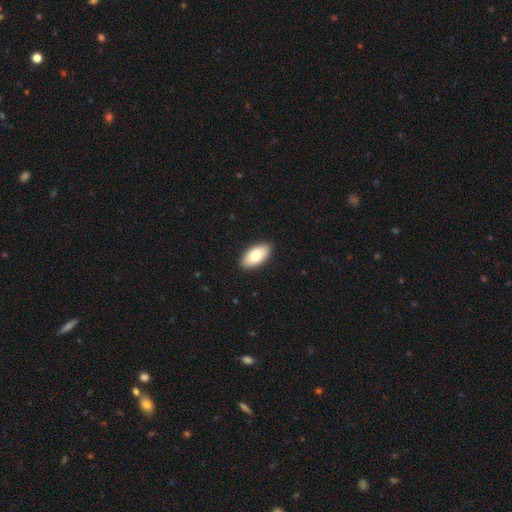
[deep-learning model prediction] Q: Smooth or featured?
A: smooth (78%); runner-up: featured or disk (16%)
Q: How rounded?
A: in between (95%); runner-up: cigar-shaped (3%)
Q: Merging?
A: none (91%); runner-up: minor disturbance (7%)